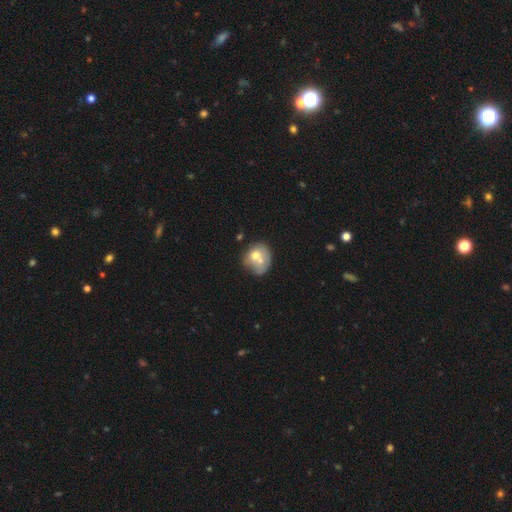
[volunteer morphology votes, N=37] Smooth or featured? smooth (54%)
How rounded? round (65%)
Merging? merger (50%)